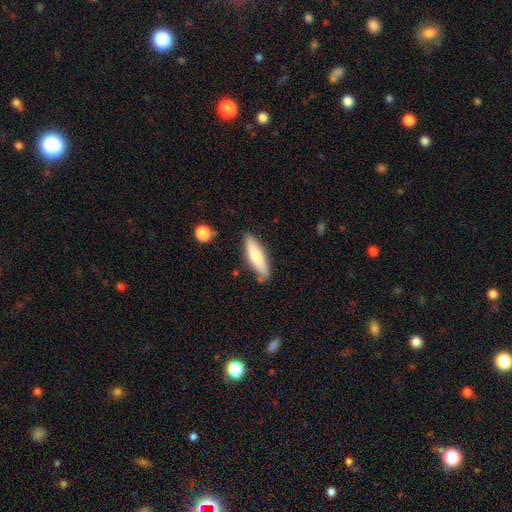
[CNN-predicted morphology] type=smooth (70%); roundness=cigar-shaped (62%); merging=none (80%).